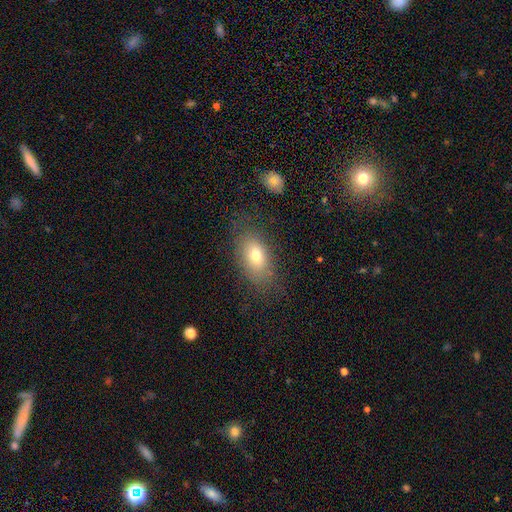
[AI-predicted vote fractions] Smooth or featured? Predicted: smooth (p=0.74). How rounded? Predicted: in between (p=0.87). Merging? Predicted: none (p=0.76).